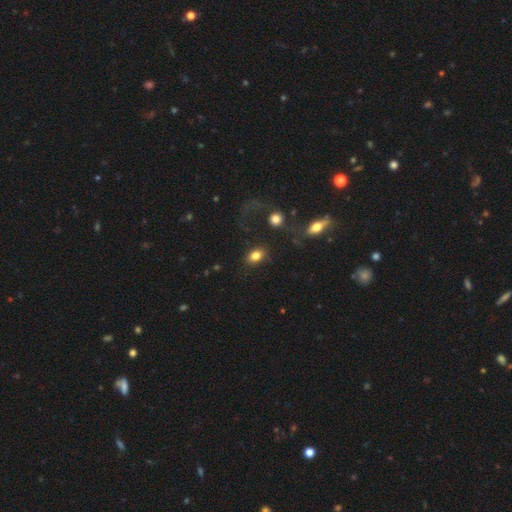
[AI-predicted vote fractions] Smooth or featured: smooth — 81% (featured or disk — 9%)
How rounded: in between — 77% (round — 21%)
Merging: none — 75% (minor disturbance — 12%)